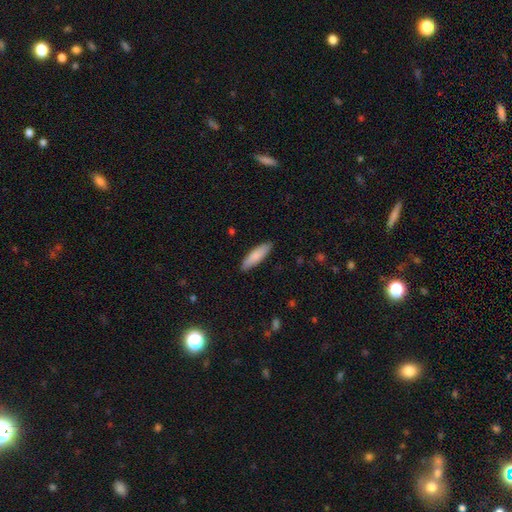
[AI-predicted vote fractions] Smooth or featured? Predicted: smooth (p=0.84). How rounded? Predicted: cigar-shaped (p=0.61). Merging? Predicted: none (p=0.89).